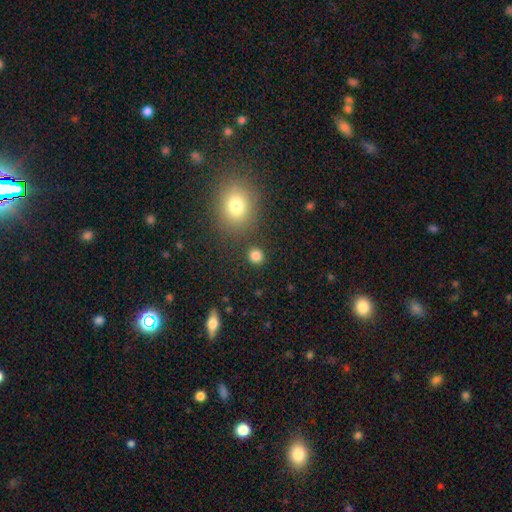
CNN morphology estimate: A smooth galaxy with no disk features (84%) that is round (82%).

Vote fractions:
- Smooth or featured? smooth: 84% / star or artifact: 12% / featured or disk: 4%
- How rounded? round: 82% / in between: 17% / cigar-shaped: 1%
- Merging? none: 87% / minor disturbance: 6% / merger: 4% / major disturbance: 3%